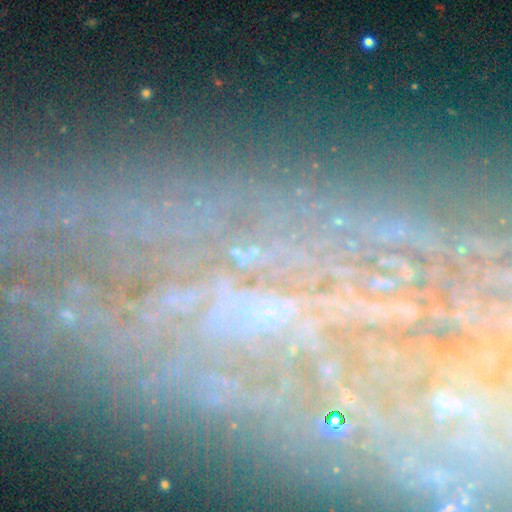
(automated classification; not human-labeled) The model was most divided on "smooth or featured": featured or disk: 46%, star or artifact: 39%, smooth: 14%. More confident: merging — none (63%).